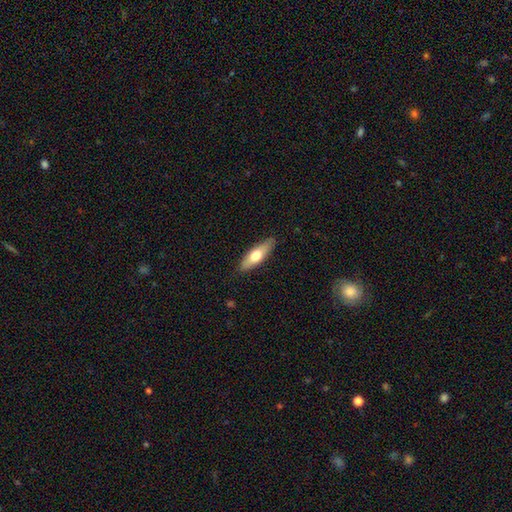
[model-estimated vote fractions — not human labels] smooth 60%, featured or disk 34%, star or artifact 5%. Down the decision tree: how rounded — in between (50%); merging — none (86%).